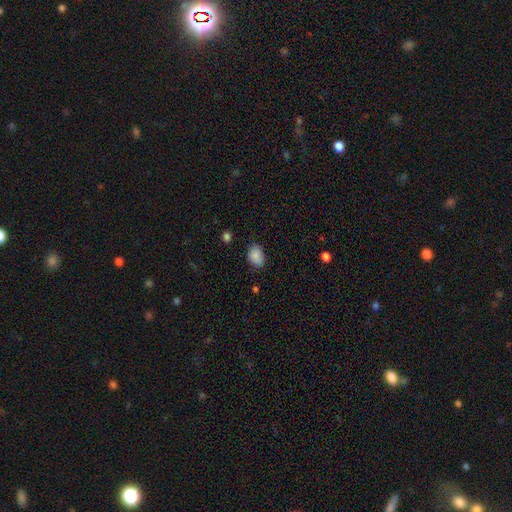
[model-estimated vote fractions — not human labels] The model was most divided on "how rounded": in between: 73%, round: 26%, cigar-shaped: 1%. More confident: smooth or featured — smooth (86%); merging — none (73%).